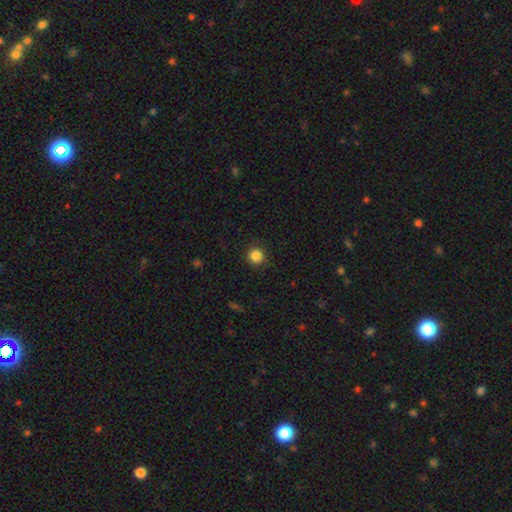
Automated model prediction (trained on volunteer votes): Smooth or featured: smooth — 85% (star or artifact — 11%)
How rounded: round — 94% (in between — 5%)
Merging: none — 90% (minor disturbance — 7%)